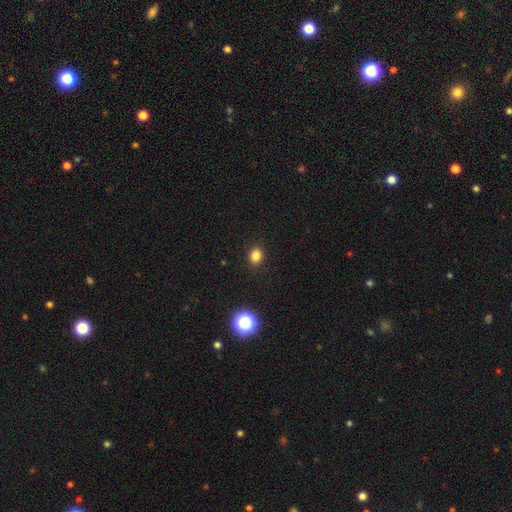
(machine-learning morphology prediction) The model was most divided on "how rounded": round: 58%, in between: 41%, cigar-shaped: 1%. More confident: merging — none (90%); smooth or featured — smooth (82%).